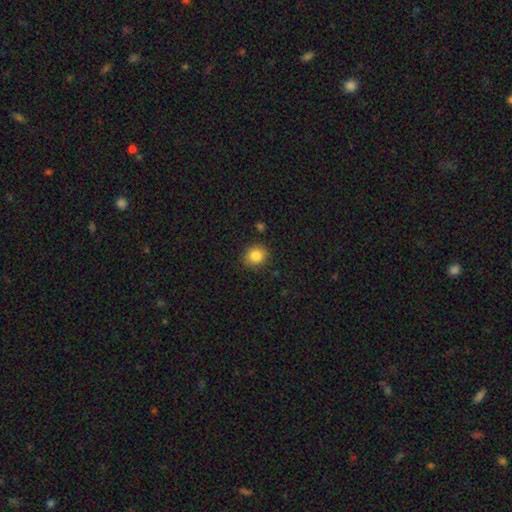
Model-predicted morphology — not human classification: Overall: smooth (84%). How rounded: round (80%). Merging: none (87%).